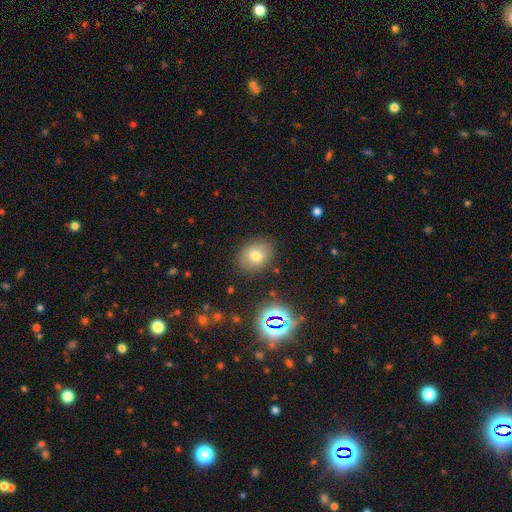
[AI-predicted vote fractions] The model was most divided on "how rounded": in between: 50%, round: 49%, cigar-shaped: 1%. More confident: merging — none (84%); smooth or featured — smooth (71%).